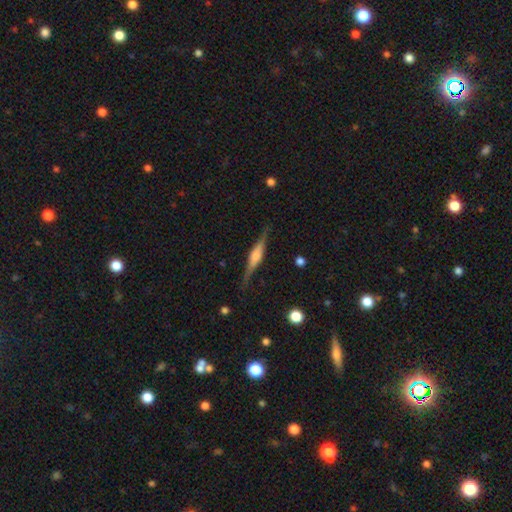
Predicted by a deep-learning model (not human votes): Smooth or featured? featured or disk (72%)
Edge-on disk? yes (97%)
Edge-on bulge? rounded (59%)
Merging? none (84%)